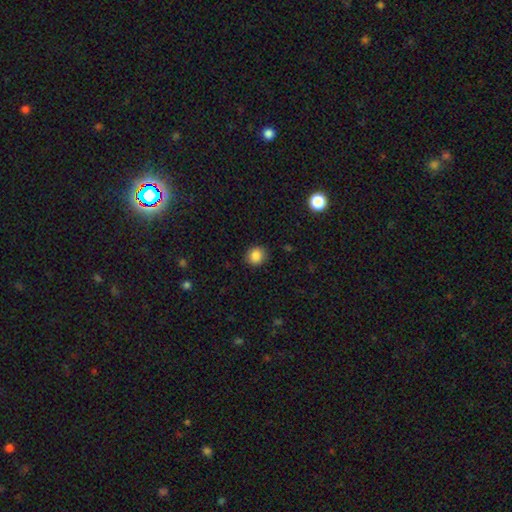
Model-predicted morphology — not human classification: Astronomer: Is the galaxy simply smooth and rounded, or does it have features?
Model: smooth — 86%.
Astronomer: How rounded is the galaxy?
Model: round — 83%.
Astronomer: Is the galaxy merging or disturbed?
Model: none — 88%.